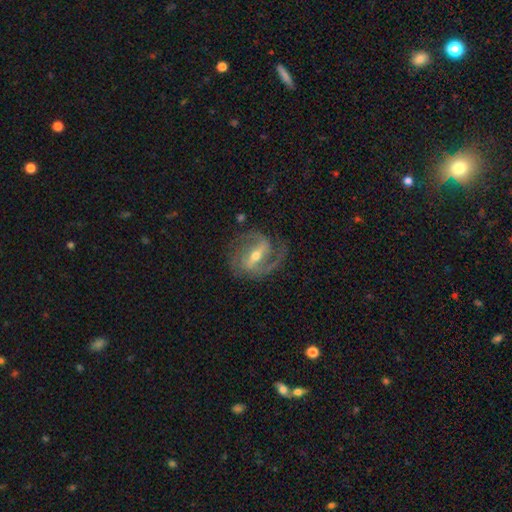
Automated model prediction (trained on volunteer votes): Q: Smooth or featured?
A: featured or disk (89%); runner-up: smooth (6%)
Q: Edge-on disk?
A: no (96%); runner-up: yes (4%)
Q: Bar?
A: strong (61%); runner-up: weak (31%)
Q: Spiral arms?
A: yes (95%); runner-up: no (5%)
Q: Spiral winding?
A: medium (52%); runner-up: tight (30%)
Q: Spiral arm count?
A: 2 (76%); runner-up: 3 (9%)
Q: Bulge size?
A: moderate (58%); runner-up: small (38%)
Q: Merging?
A: none (72%); runner-up: minor disturbance (16%)